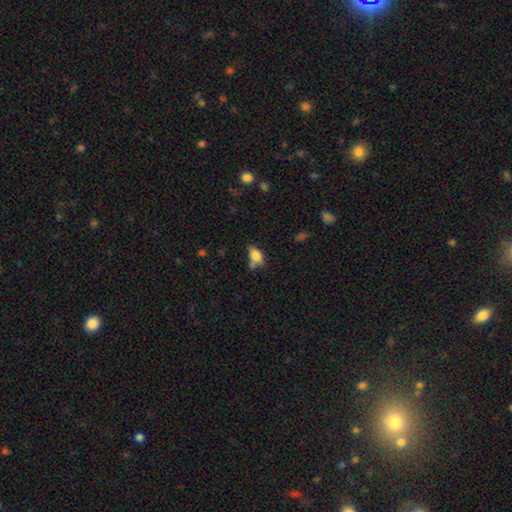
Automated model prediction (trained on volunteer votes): Smooth or featured?
  - smooth: 79% *
  - featured or disk: 12%
  - star or artifact: 9%
How rounded?
  - in between: 87% *
  - round: 7%
  - cigar-shaped: 5%
Merging?
  - none: 46% *
  - minor disturbance: 27%
  - merger: 17%
  - major disturbance: 10%